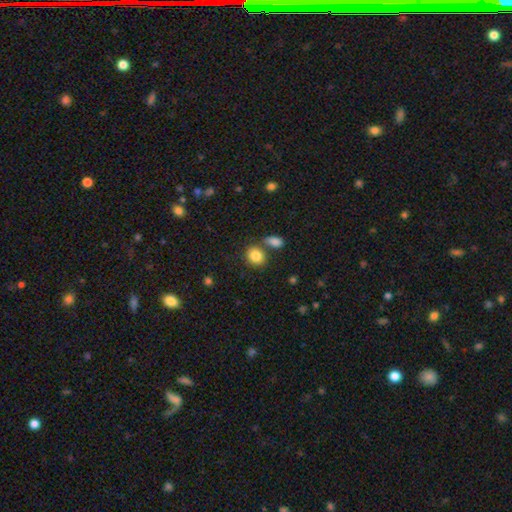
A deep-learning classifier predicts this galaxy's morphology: Smooth or featured?
  - smooth: 85% *
  - star or artifact: 9%
  - featured or disk: 6%
How rounded?
  - round: 60% *
  - in between: 39%
  - cigar-shaped: 1%
Merging?
  - none: 64% *
  - merger: 21%
  - minor disturbance: 11%
  - major disturbance: 4%